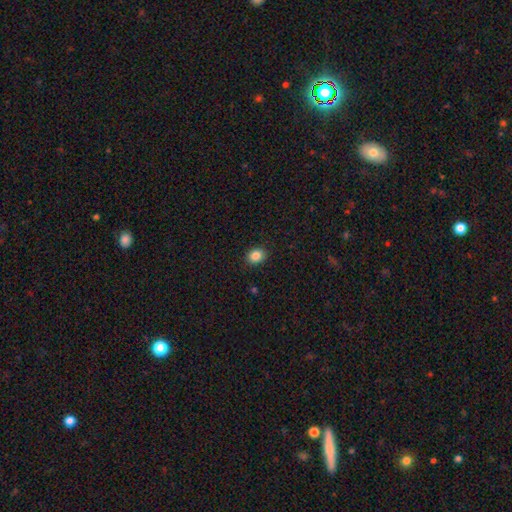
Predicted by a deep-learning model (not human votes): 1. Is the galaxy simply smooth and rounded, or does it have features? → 86% smooth, 10% star or artifact, 4% featured or disk.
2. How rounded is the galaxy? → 52% in between, 47% round, 1% cigar-shaped.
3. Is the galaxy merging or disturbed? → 90% none, 7% minor disturbance, 2% major disturbance, 1% merger.